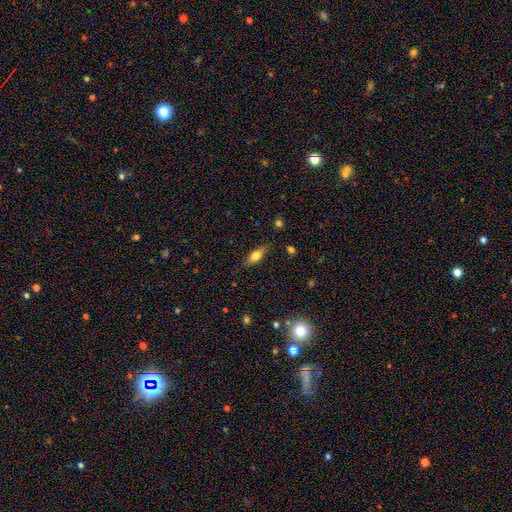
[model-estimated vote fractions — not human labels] Overall: smooth (70%). How rounded: in between (72%). Merging: none (79%).